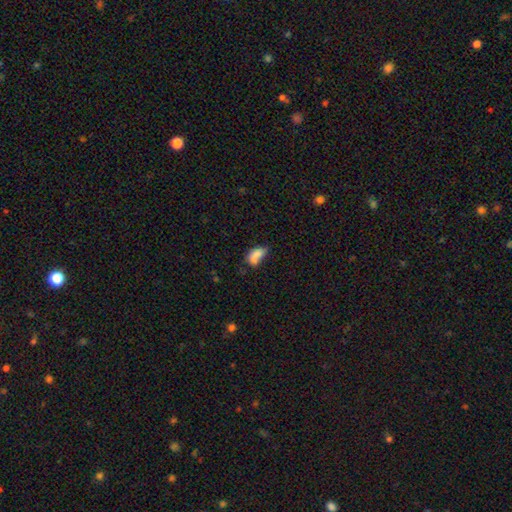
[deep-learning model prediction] Overall: smooth (76%). How rounded: in between (87%). Merging: none (30%, tied with merger).